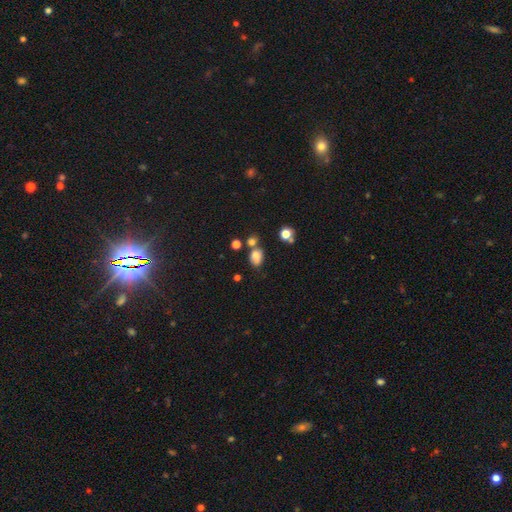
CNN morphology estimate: This is likely a smooth galaxy (75%). How rounded: likely in between (70%). Merging: possibly none (57%).